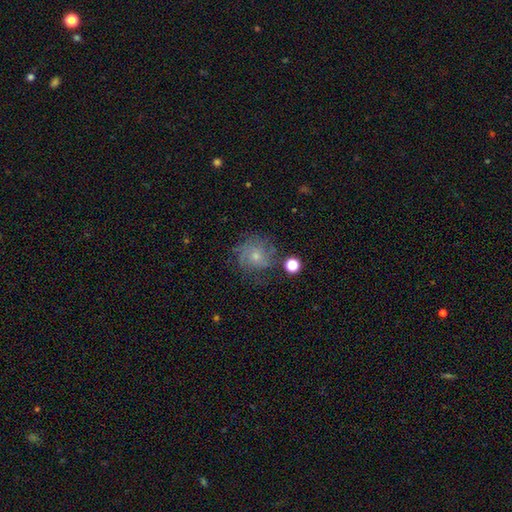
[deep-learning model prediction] This appears to be a featured or disk galaxy (59%) with no bar (79%), spiral arms (85%) and a small central bulge (64%). Merging: none (64%).